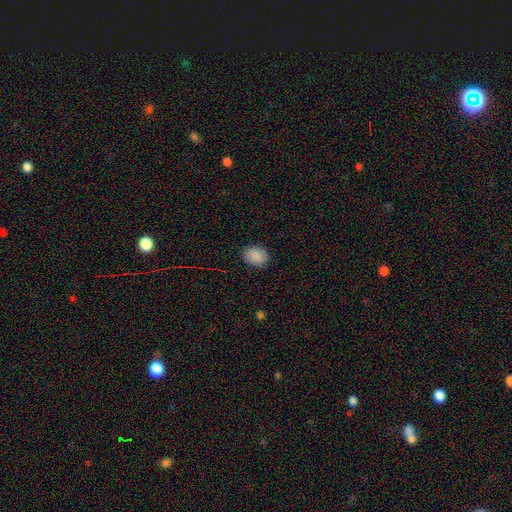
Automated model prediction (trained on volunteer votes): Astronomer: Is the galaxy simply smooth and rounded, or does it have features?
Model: smooth — 89%.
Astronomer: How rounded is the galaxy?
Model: in between — 59% (runner-up: round, 40%).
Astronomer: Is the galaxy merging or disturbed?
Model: none — 88%.